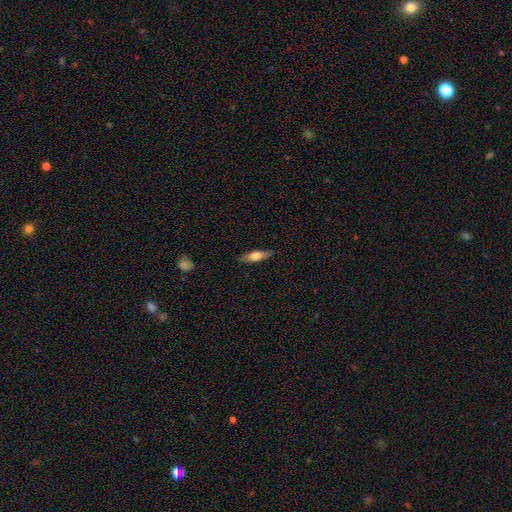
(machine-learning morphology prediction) Smooth or featured?
  - smooth: 54% *
  - featured or disk: 40%
  - star or artifact: 6%
How rounded?
  - cigar-shaped: 54% *
  - in between: 43%
  - round: 3%
Merging?
  - none: 85% *
  - minor disturbance: 12%
  - major disturbance: 3%
  - merger: 1%